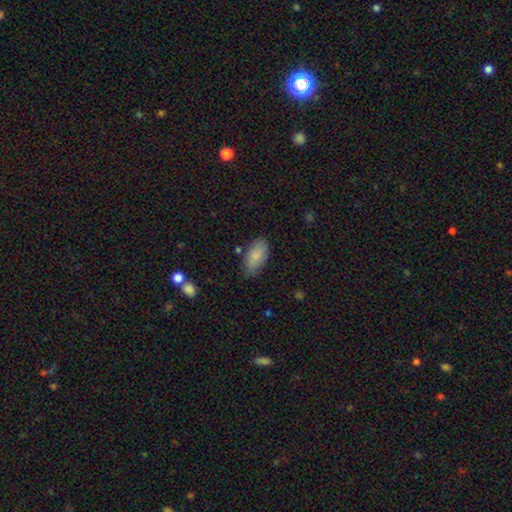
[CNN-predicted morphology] smooth 85%, featured or disk 9%, star or artifact 7%. Down the decision tree: how rounded — in between (91%); merging — none (78%).